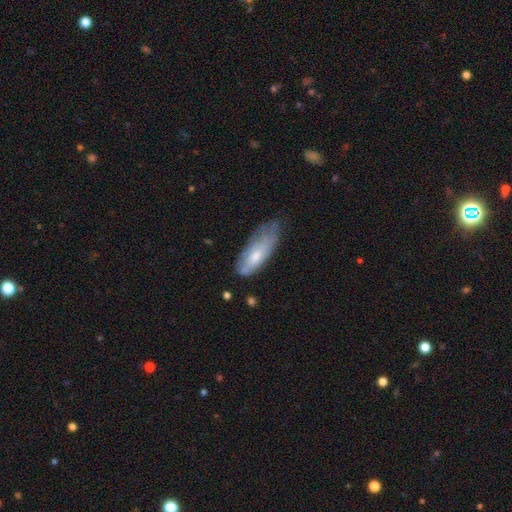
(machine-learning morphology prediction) Smooth or featured? Predicted: smooth (p=0.61). How rounded? Predicted: in between (p=0.68). Merging? Predicted: none (p=0.45).